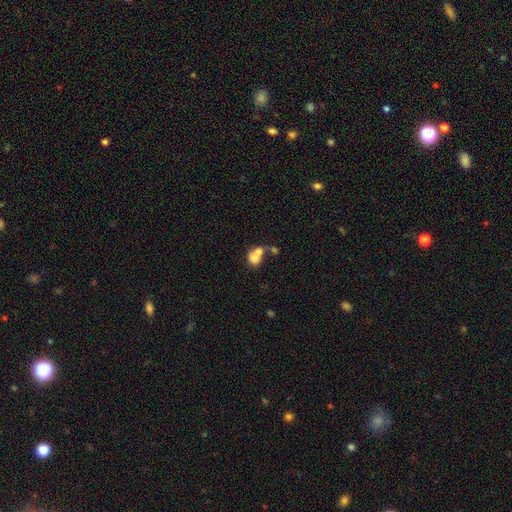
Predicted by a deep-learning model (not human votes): The model was most divided on "how rounded": in between: 54%, round: 44%, cigar-shaped: 1%. More confident: smooth or featured — smooth (70%); merging — merger (66%).